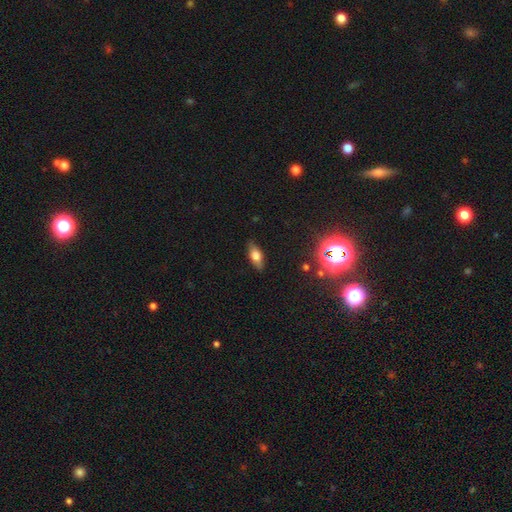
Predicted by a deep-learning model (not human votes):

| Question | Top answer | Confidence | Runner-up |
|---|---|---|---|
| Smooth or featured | smooth | 64% | featured or disk (25%) |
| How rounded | in between | 78% | cigar-shaped (17%) |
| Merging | none | 85% | minor disturbance (11%) |